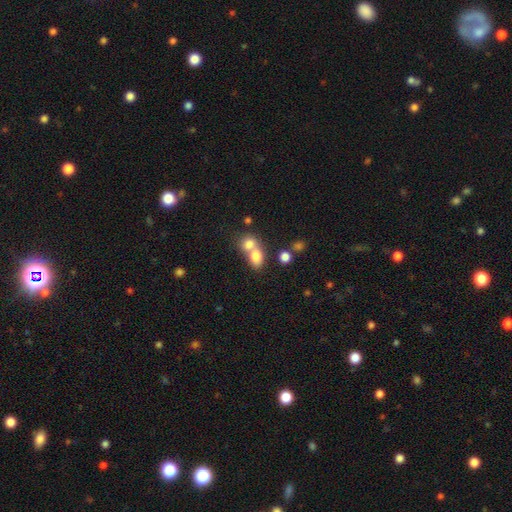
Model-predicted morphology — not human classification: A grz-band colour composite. It shows a smooth galaxy with no disk features (76%) that is in between round and cigar-shaped (57%). Merging: merger (63%).